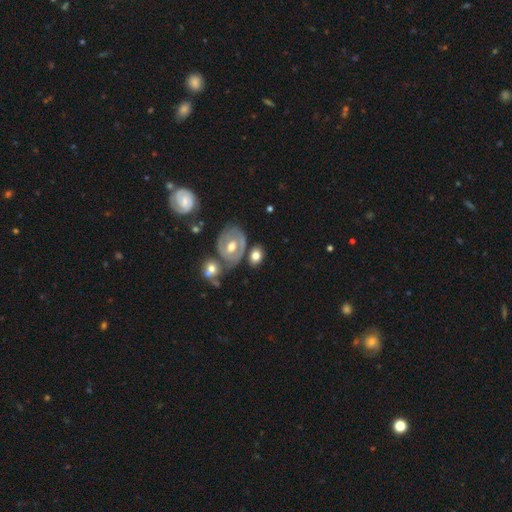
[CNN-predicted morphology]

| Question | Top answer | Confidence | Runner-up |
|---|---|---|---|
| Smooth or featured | smooth | 59% | featured or disk (34%) |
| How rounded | in between | 70% | round (28%) |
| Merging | none | 58% | merger (19%) |